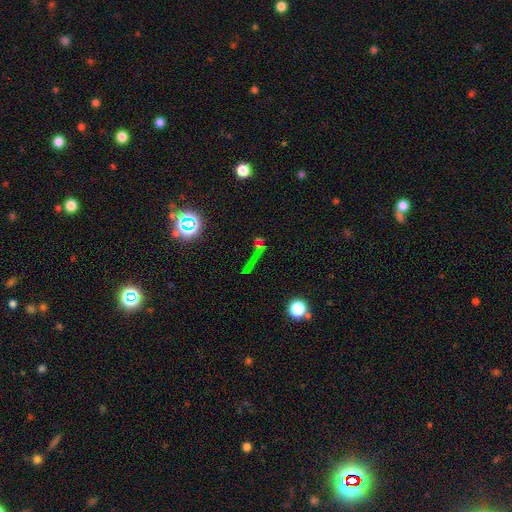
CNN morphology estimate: Smooth or featured: star or artifact — 47% (smooth — 32%)